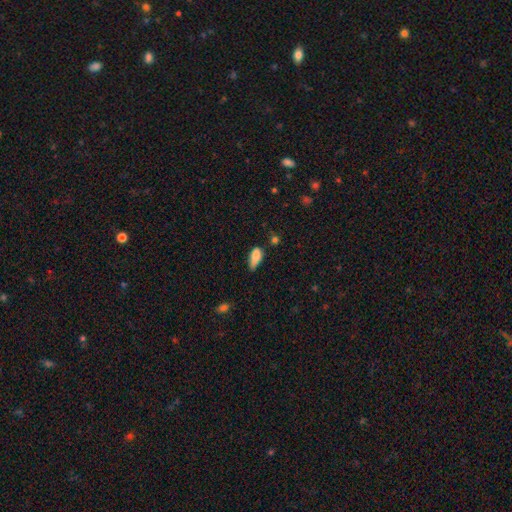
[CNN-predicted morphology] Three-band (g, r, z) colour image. It shows a smooth galaxy with no disk features (82%) that is in between round and cigar-shaped (81%). Merging: minor disturbance (48%).